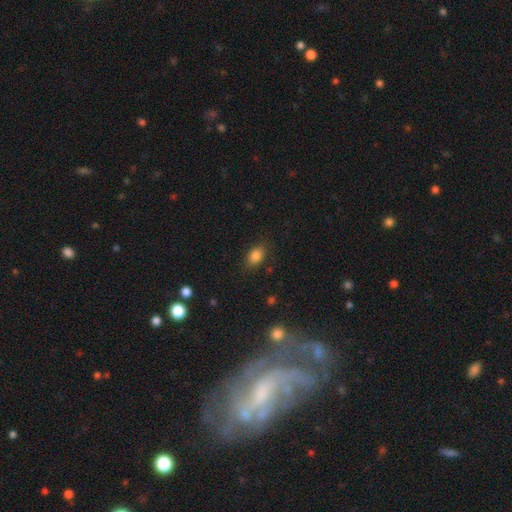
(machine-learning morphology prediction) Smooth or featured?
  - smooth: 84% *
  - star or artifact: 10%
  - featured or disk: 6%
How rounded?
  - in between: 82% *
  - round: 16%
  - cigar-shaped: 2%
Merging?
  - none: 82% *
  - minor disturbance: 13%
  - major disturbance: 4%
  - merger: 1%